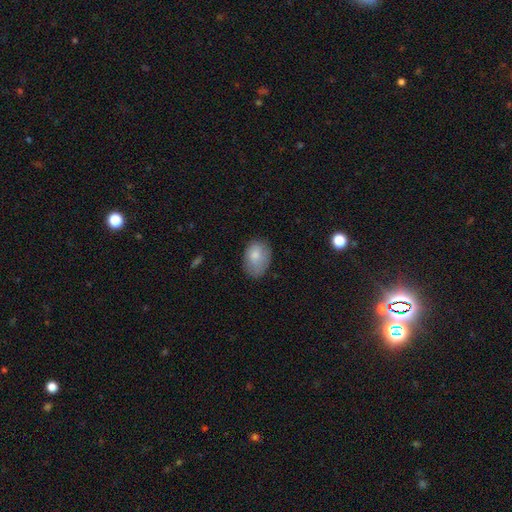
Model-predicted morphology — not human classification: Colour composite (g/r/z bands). It shows a smooth galaxy with no disk features (80%) that is in between round and cigar-shaped (80%). Merging: none (66%).